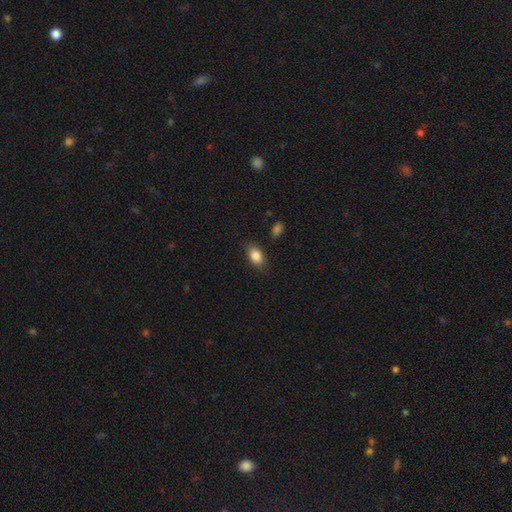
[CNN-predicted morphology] smooth_or_featured: smooth (p=0.86) [alt: star or artifact p=0.08]
how_rounded: in between (p=0.87) [alt: round p=0.11]
merging: none (p=0.82) [alt: minor disturbance p=0.12]